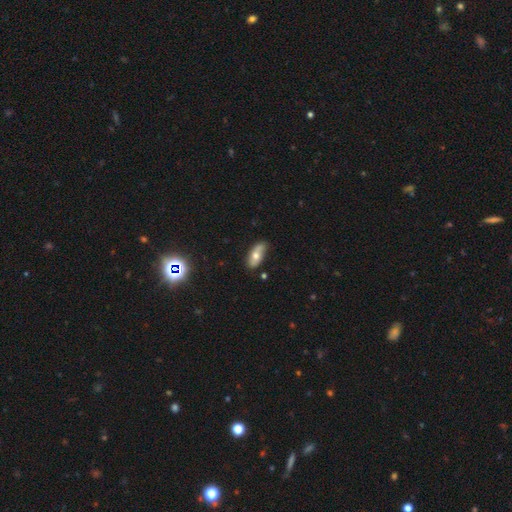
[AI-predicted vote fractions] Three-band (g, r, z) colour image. It shows a smooth galaxy with no disk features (60%) that is in between round and cigar-shaped (82%). Merging: none (70%).